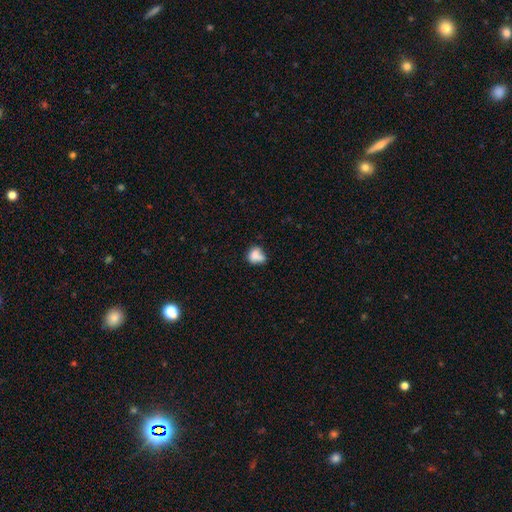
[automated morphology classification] The model was most divided on "how rounded": round: 50%, in between: 48%, cigar-shaped: 2%. Remaining: smooth or featured — smooth (72%); merging — none (37%).